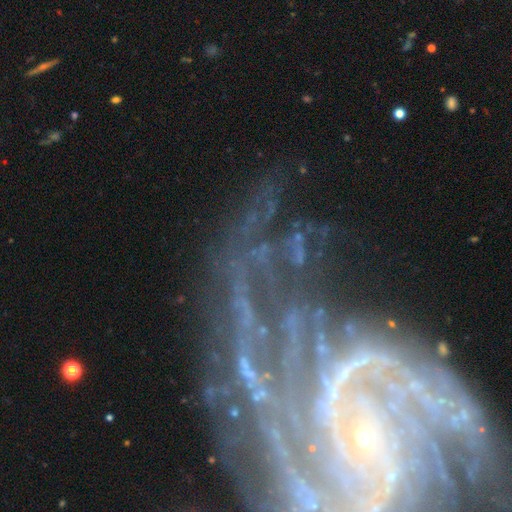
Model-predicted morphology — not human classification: type=featured or disk (75%); edge-on=no (95%); bar=no (43%); spiral arms=yes (90%); winding=tight (58%); arm count=can't tell (27%); bulge=small (67%); merging=none (55%).